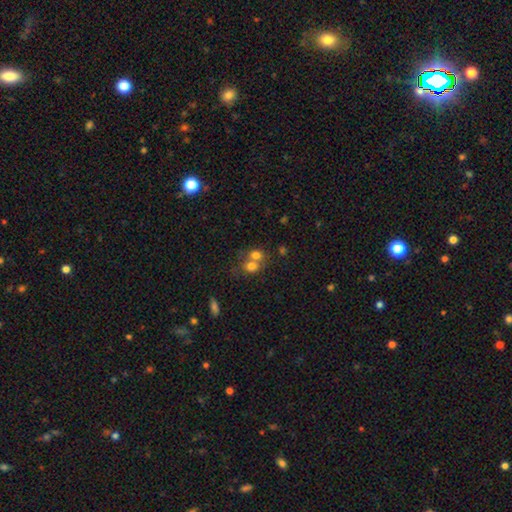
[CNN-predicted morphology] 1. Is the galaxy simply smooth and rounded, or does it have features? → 73% smooth, 14% featured or disk, 13% star or artifact.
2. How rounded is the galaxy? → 60% round, 38% in between, 1% cigar-shaped.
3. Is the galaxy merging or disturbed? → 62% merger, 28% none, 6% minor disturbance, 3% major disturbance.